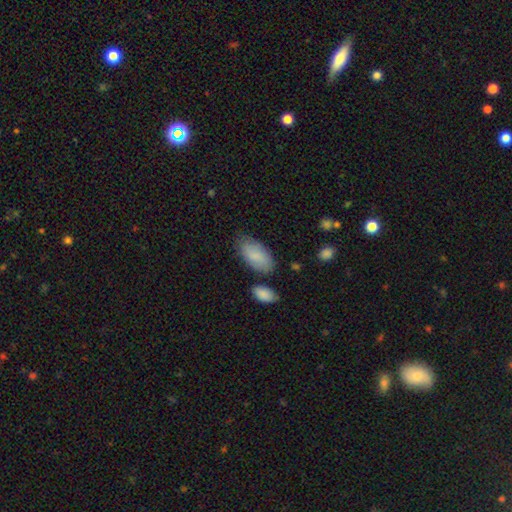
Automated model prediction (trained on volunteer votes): Morphology: type=smooth (85%); roundness=in between (94%); merging=none (73%).